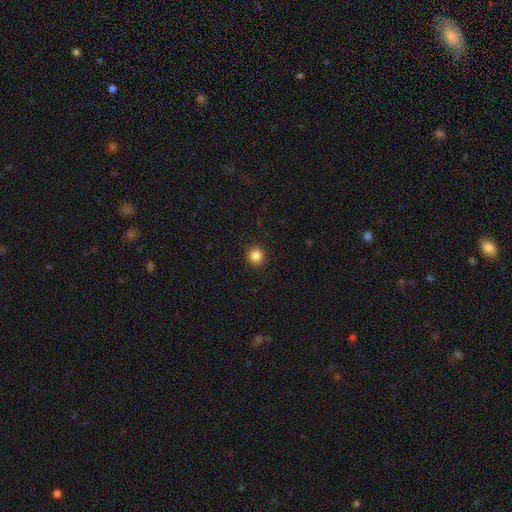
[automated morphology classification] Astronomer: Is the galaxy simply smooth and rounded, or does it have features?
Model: smooth — 86%.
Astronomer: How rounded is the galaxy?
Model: round — 93%.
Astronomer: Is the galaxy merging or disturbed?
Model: none — 92%.